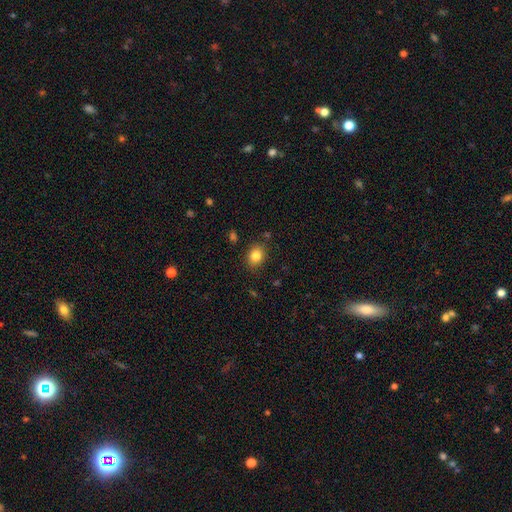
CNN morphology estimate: smooth 83%, star or artifact 10%, featured or disk 6%. Down the decision tree: how rounded — in between (50%); merging — none (83%).